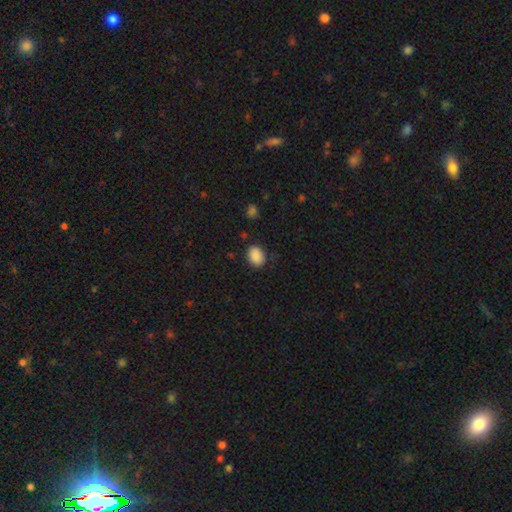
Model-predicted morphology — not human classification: type=smooth (89%); roundness=in between (67%); merging=none (83%).